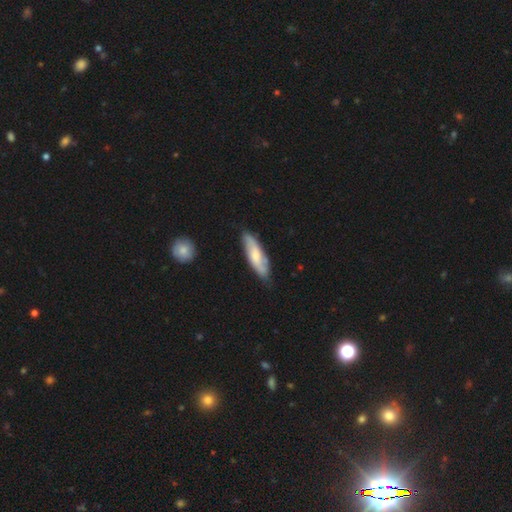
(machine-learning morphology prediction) Overall: smooth (51%; featured or disk 44%). How rounded: cigar-shaped (50%; in between 48%). Merging: none (77%).